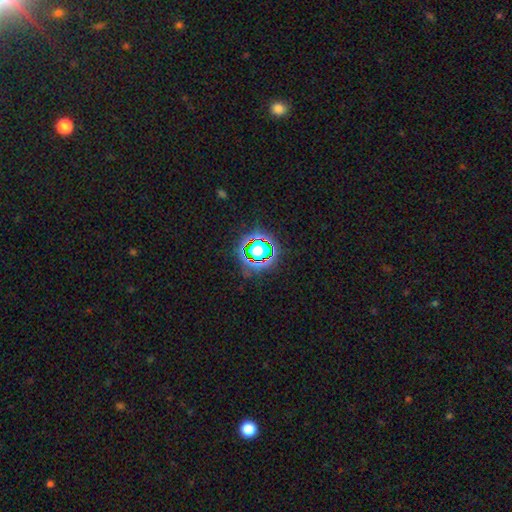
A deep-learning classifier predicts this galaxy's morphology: The model was most divided on "smooth or featured": star or artifact: 76%, smooth: 16%, featured or disk: 9%.